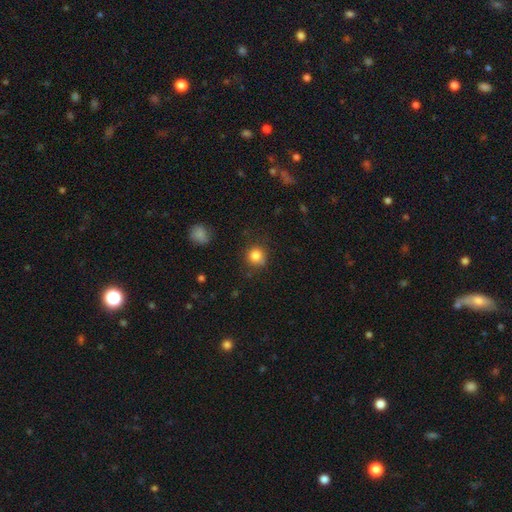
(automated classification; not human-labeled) Smooth or featured? Predicted: smooth (p=0.83). How rounded? Predicted: round (p=0.89). Merging? Predicted: none (p=0.78).